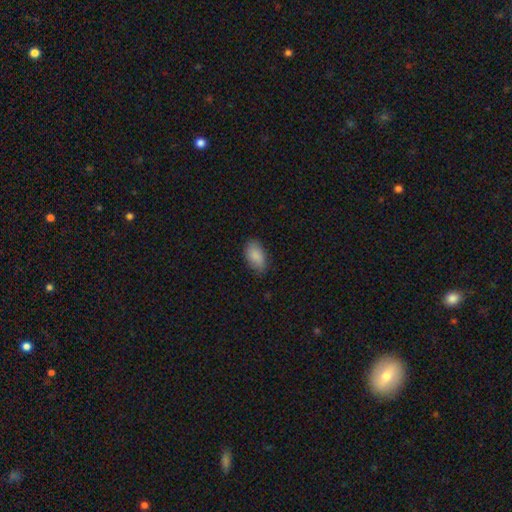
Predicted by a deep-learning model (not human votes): smooth-or-featured: smooth: 88% | star or artifact: 6% | featured or disk: 6%
  how-rounded: in between: 94% | round: 4% | cigar-shaped: 2%
  merging: none: 81% | minor disturbance: 15% | major disturbance: 3% | merger: 1%